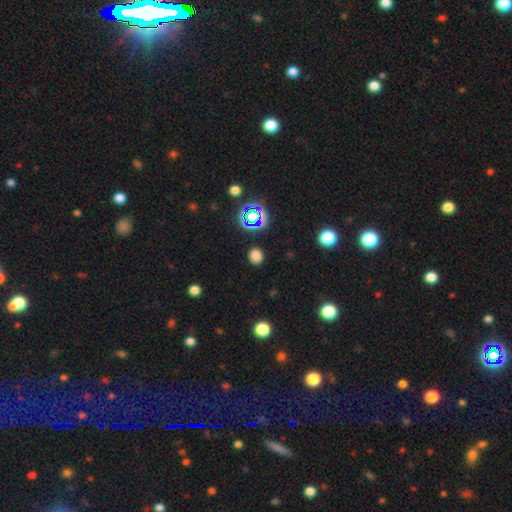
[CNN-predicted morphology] Smooth or featured? Predicted: smooth (p=0.75). How rounded? Predicted: round (p=0.69). Merging? Predicted: none (p=0.89).